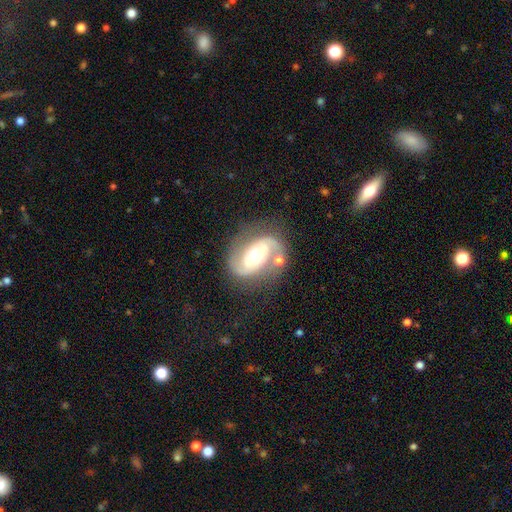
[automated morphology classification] Q: Smooth or featured?
A: featured or disk (86%); runner-up: smooth (9%)
Q: Edge-on disk?
A: no (97%); runner-up: yes (3%)
Q: Bar?
A: weak (36%); runner-up: no (34%)
Q: Spiral arms?
A: yes (96%); runner-up: no (4%)
Q: Spiral winding?
A: medium (52%); runner-up: tight (26%)
Q: Spiral arm count?
A: 2 (92%); runner-up: can't tell (3%)
Q: Bulge size?
A: moderate (57%); runner-up: small (20%)
Q: Merging?
A: none (69%); runner-up: minor disturbance (16%)